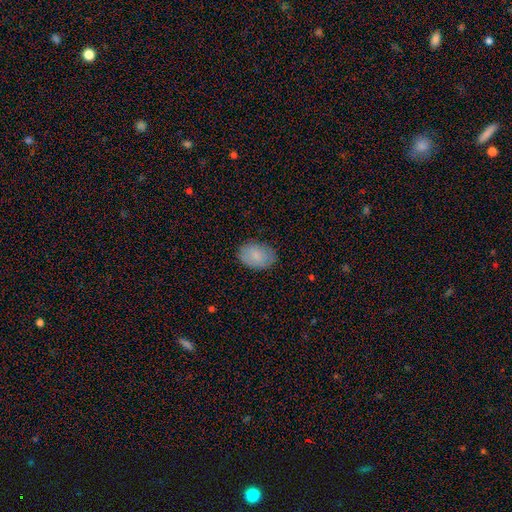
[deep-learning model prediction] Smooth or featured?
  - smooth: 82% *
  - featured or disk: 12%
  - star or artifact: 6%
How rounded?
  - in between: 84% *
  - round: 15%
  - cigar-shaped: 1%
Merging?
  - none: 83% *
  - minor disturbance: 13%
  - major disturbance: 3%
  - merger: 1%